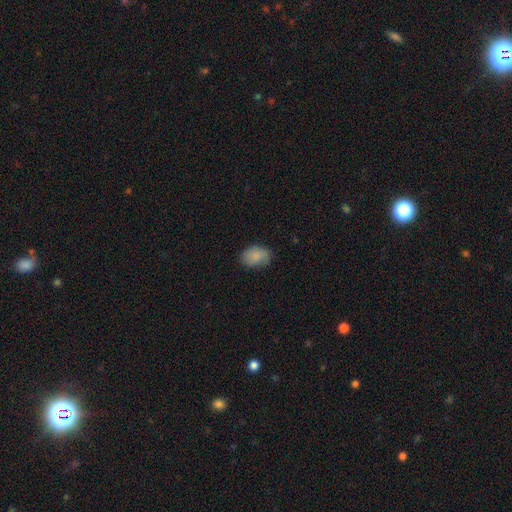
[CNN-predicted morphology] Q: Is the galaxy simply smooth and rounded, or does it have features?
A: smooth — 84%.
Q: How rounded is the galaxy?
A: in between — 80%.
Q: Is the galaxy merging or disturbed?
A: none — 74%.